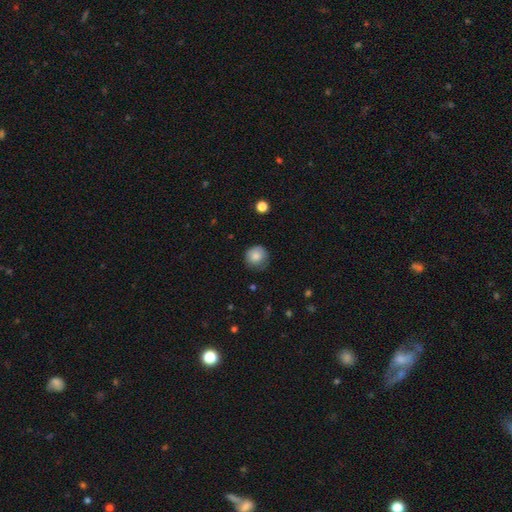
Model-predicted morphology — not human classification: smooth_or_featured: smooth (p=0.80) [alt: featured or disk p=0.12]
how_rounded: round (p=0.89) [alt: in between p=0.10]
merging: none (p=0.68) [alt: minor disturbance p=0.24]